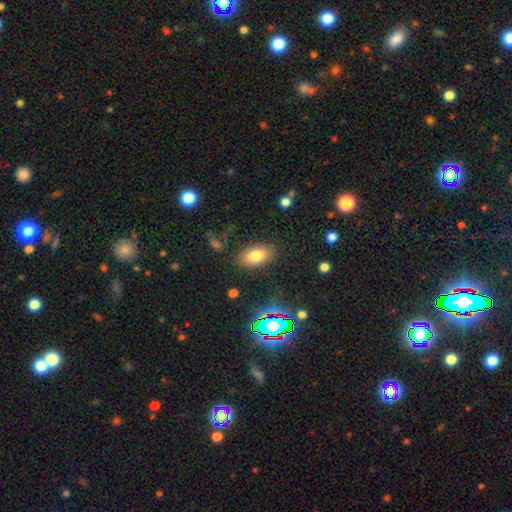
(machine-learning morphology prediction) smooth-or-featured: smooth: 77% | star or artifact: 12% | featured or disk: 11%
  how-rounded: in between: 90% | round: 7% | cigar-shaped: 3%
  merging: none: 84% | minor disturbance: 10% | major disturbance: 3% | merger: 2%